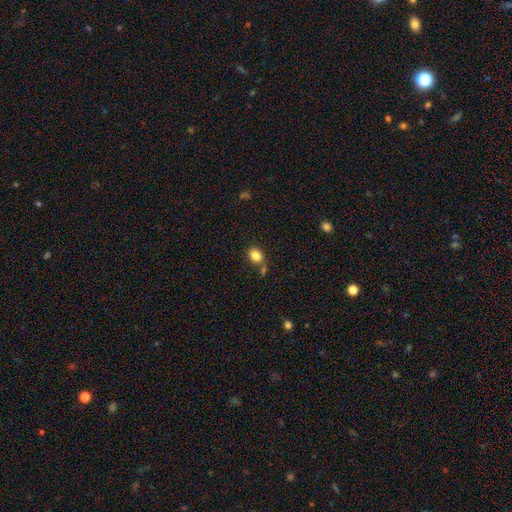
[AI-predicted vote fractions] Morphology: type=smooth (84%); roundness=in between (62%); merging=none (70%).